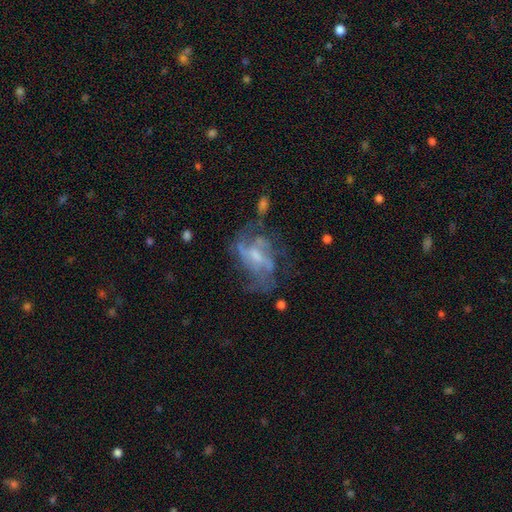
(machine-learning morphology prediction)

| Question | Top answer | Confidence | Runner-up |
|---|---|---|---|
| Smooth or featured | featured or disk | 76% | smooth (13%) |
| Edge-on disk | no | 96% | yes (4%) |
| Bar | weak | 46% | no (39%) |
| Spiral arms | yes | 75% | no (25%) |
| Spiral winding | medium | 42% | loose (38%) |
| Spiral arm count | can't tell | 34% | 2 (30%) |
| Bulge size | small | 44% | moderate (35%) |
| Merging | none | 46% | major disturbance (29%) |